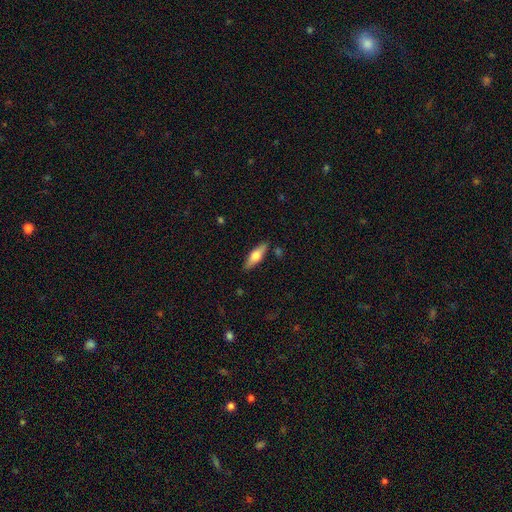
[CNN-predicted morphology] Overall: smooth (53%; featured or disk 41%). How rounded: cigar-shaped (51%; in between 47%). Merging: none (85%).